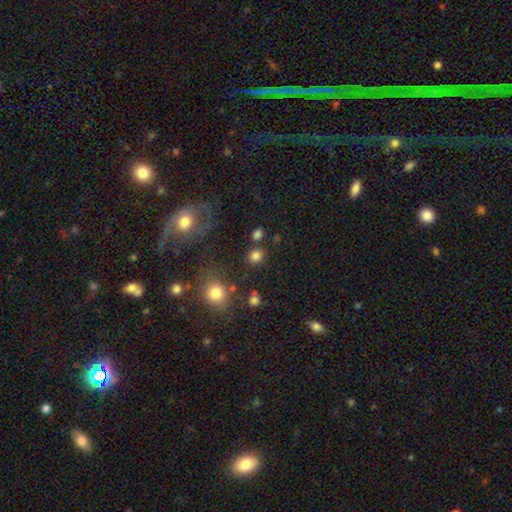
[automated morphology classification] Overall: smooth (81%). How rounded: round (82%). Merging: none (82%).